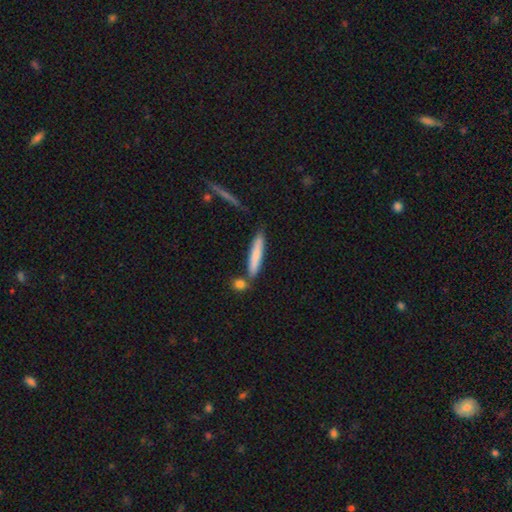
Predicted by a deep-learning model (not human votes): The model was most divided on "smooth or featured": smooth: 77%, featured or disk: 17%, star or artifact: 6%. More confident: how rounded — cigar-shaped (90%); merging — none (74%).